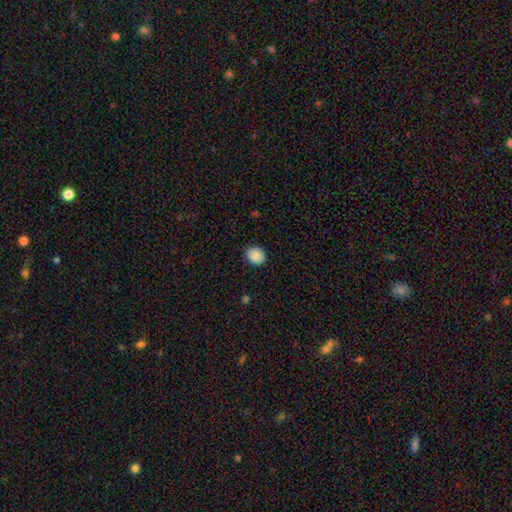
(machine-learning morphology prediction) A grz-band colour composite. It shows a smooth galaxy with no disk features (89%) that is round (67%). Merging: none (86%).